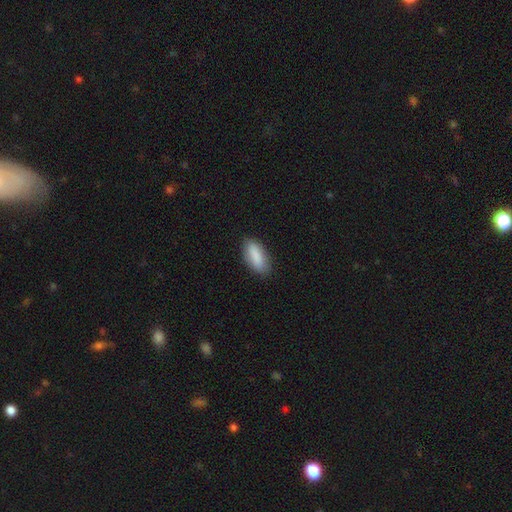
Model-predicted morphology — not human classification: The model was most divided on "how rounded": in between: 81%, cigar-shaped: 16%, round: 2%. More confident: smooth or featured — smooth (87%); merging — none (84%).